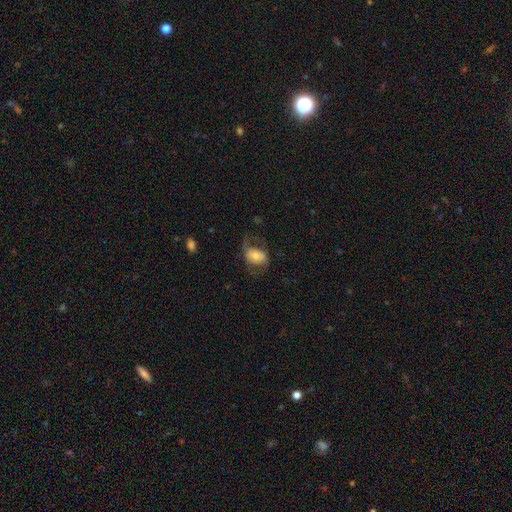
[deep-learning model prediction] A smooth galaxy with no disk features (47%).

Vote fractions:
- Smooth or featured? smooth: 47% / featured or disk: 45% / star or artifact: 8%
- Merging? none: 54% / major disturbance: 24% / minor disturbance: 20% / merger: 2%